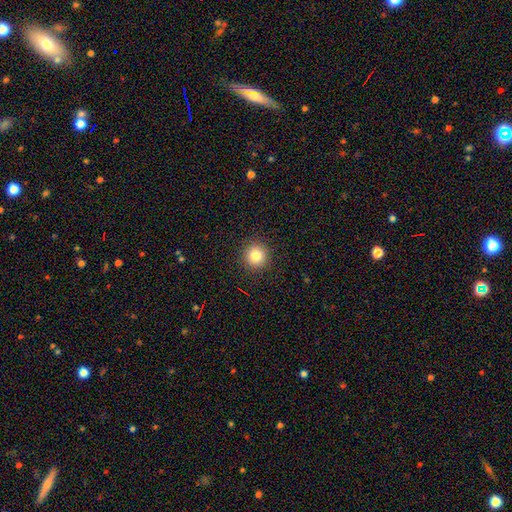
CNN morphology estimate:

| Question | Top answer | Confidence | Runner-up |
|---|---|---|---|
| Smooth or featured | smooth | 82% | star or artifact (12%) |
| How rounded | round | 95% | in between (4%) |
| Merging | none | 92% | minor disturbance (5%) |